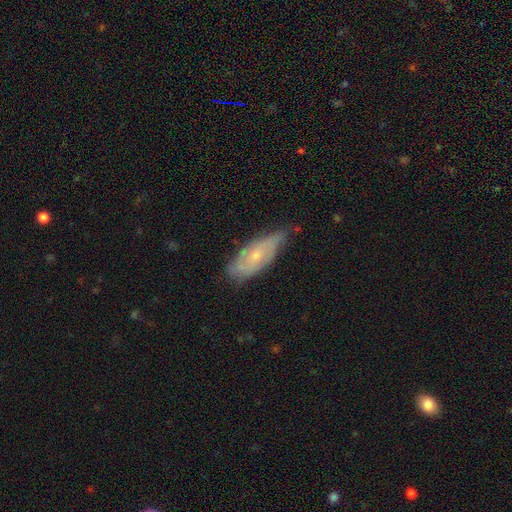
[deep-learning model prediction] This is possibly a featured or disk galaxy (58%). It is clearly not viewed edge-on (83%). Merging: likely none (62%).